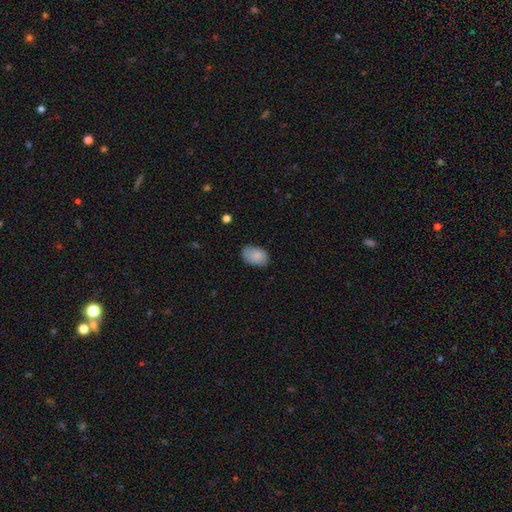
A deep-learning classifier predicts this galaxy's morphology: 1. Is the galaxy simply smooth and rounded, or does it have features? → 86% smooth, 7% featured or disk, 7% star or artifact.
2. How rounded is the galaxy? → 89% in between, 10% round, 1% cigar-shaped.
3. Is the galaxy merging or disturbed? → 77% none, 19% minor disturbance, 3% major disturbance, 1% merger.